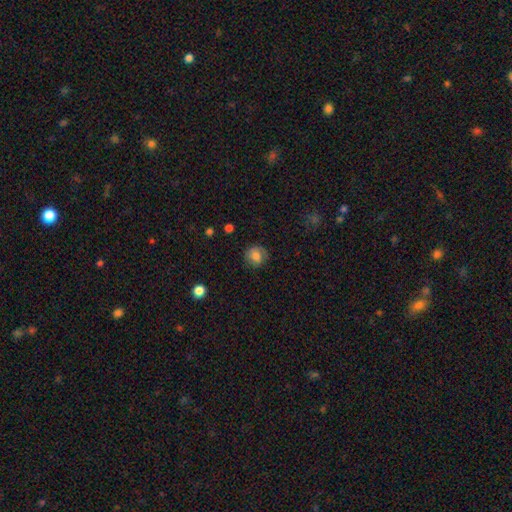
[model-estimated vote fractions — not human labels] This is likely a smooth galaxy (80%). How rounded: clearly round (84%). Merging: likely none (79%).